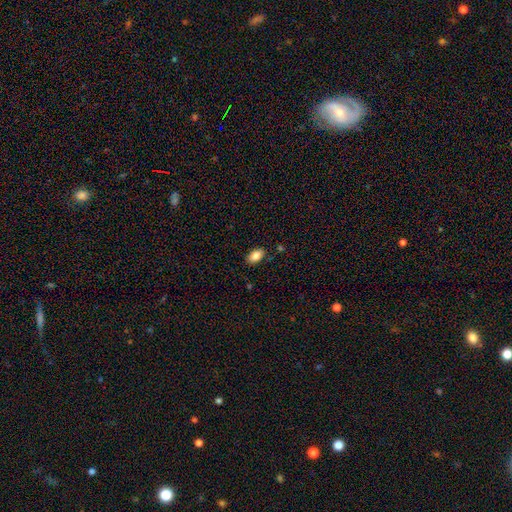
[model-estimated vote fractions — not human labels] Overall: smooth (85%). How rounded: in between (92%). Merging: none (85%).